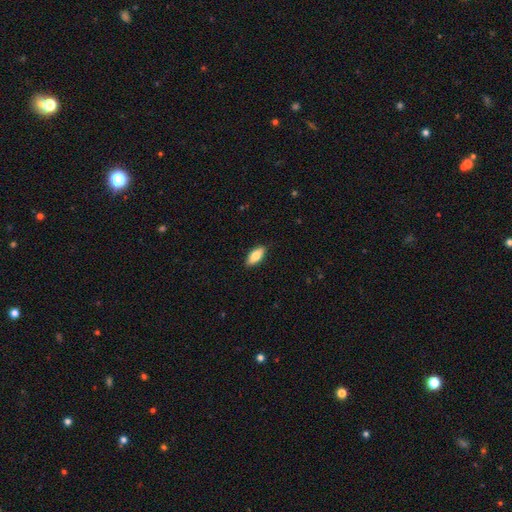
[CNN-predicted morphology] This is likely a smooth galaxy (76%). How rounded: clearly in between (81%). Merging: clearly none (88%).